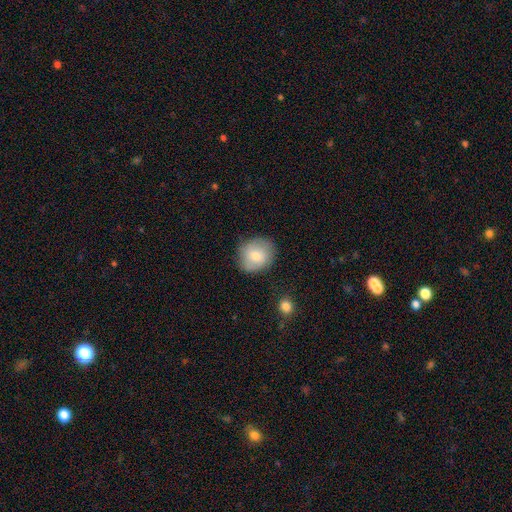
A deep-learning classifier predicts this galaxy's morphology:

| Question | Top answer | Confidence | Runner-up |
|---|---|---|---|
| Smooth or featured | smooth | 69% | featured or disk (23%) |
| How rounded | round | 76% | in between (23%) |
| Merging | none | 77% | minor disturbance (17%) |